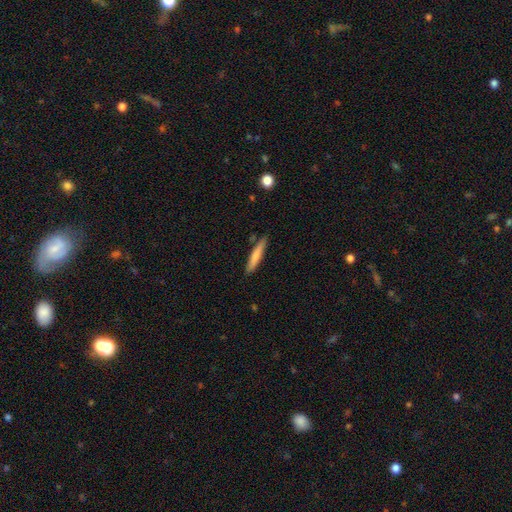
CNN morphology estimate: Smooth or featured: smooth — 75% (featured or disk — 19%)
How rounded: cigar-shaped — 92% (in between — 6%)
Merging: none — 85% (minor disturbance — 11%)